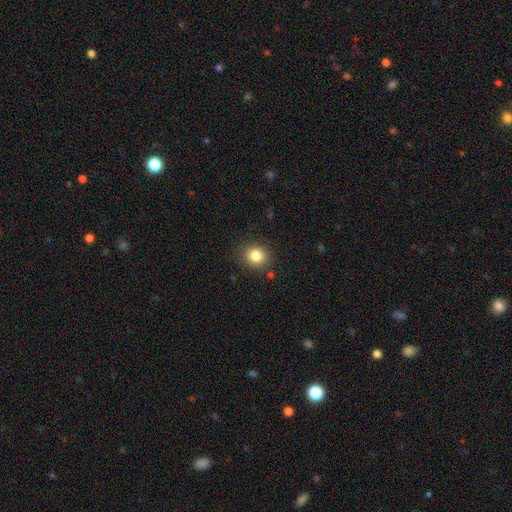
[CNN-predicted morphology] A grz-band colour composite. It shows a smooth galaxy with no disk features (83%) that is round (80%). Merging: none (87%).